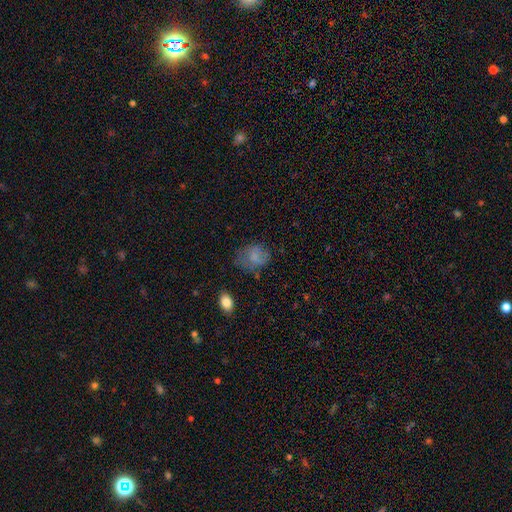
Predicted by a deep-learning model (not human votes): Smooth or featured?
  - smooth: 70% *
  - featured or disk: 18%
  - star or artifact: 12%
How rounded?
  - in between: 59% *
  - round: 39%
  - cigar-shaped: 1%
Merging?
  - none: 48% *
  - minor disturbance: 29%
  - major disturbance: 20%
  - merger: 3%